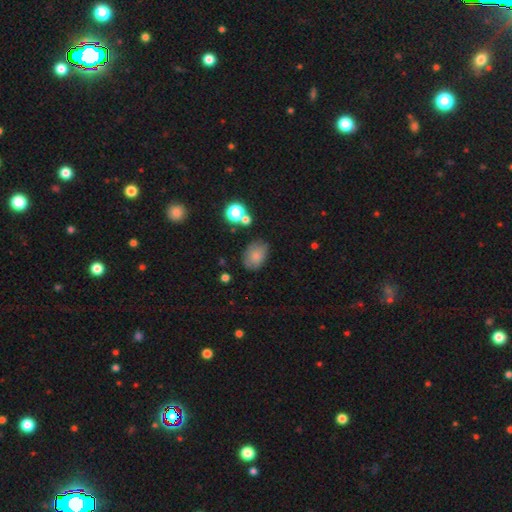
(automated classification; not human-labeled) Overall: smooth (78%). How rounded: in between (78%). Merging: none (71%).